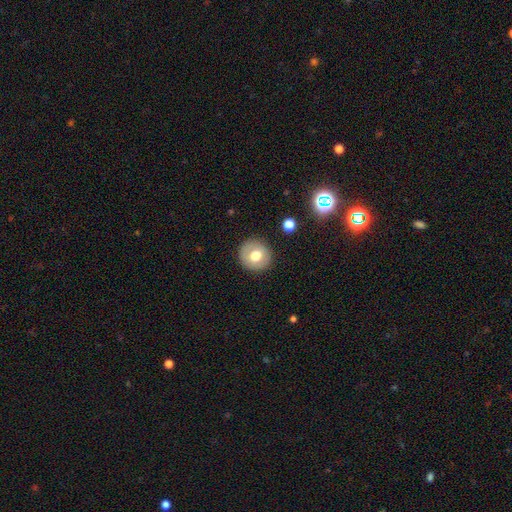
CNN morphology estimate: The model was most divided on "smooth or featured": smooth: 67%, featured or disk: 25%, star or artifact: 8%. More confident: how rounded — round (90%); merging — none (89%).